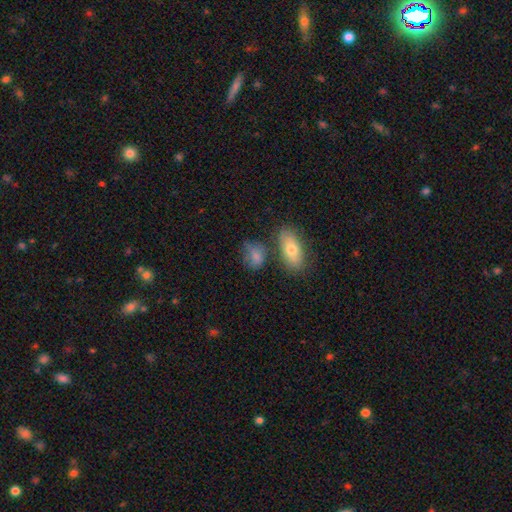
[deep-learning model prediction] Q: Smooth or featured?
A: smooth (77%); runner-up: featured or disk (12%)
Q: How rounded?
A: in between (69%); runner-up: round (28%)
Q: Merging?
A: none (52%); runner-up: minor disturbance (23%)